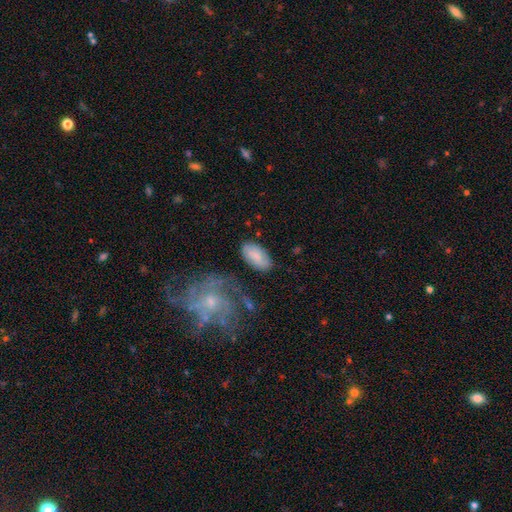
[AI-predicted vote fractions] This is likely a smooth galaxy (77%). How rounded: clearly in between (94%). Merging: likely none (75%).